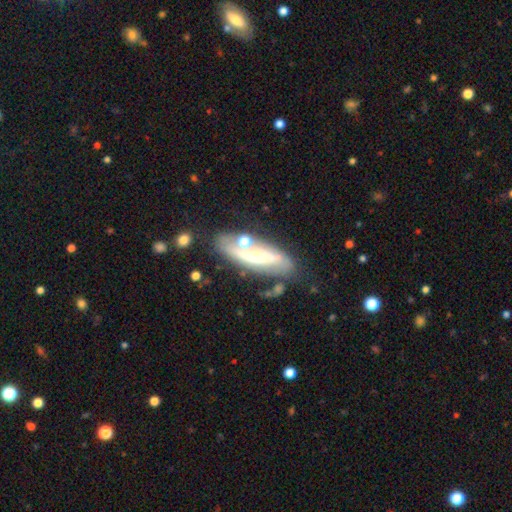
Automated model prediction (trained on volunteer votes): smooth-or-featured: featured or disk: 67% | smooth: 26% | star or artifact: 7%
  disk-edge-on: no: 64% | yes: 36%
  merging: none: 62% | minor disturbance: 19% | merger: 11% | major disturbance: 9%